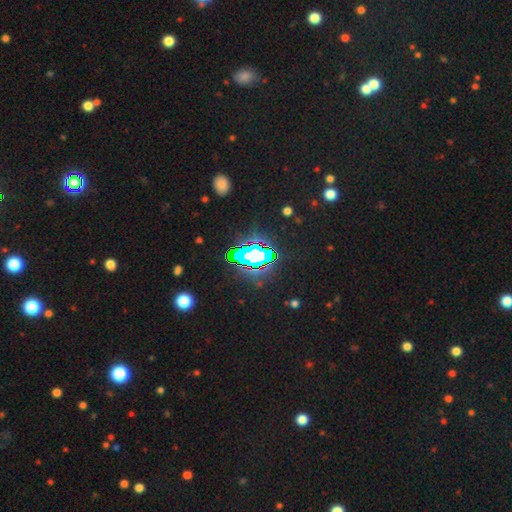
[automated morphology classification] type=star or artifact (67%).